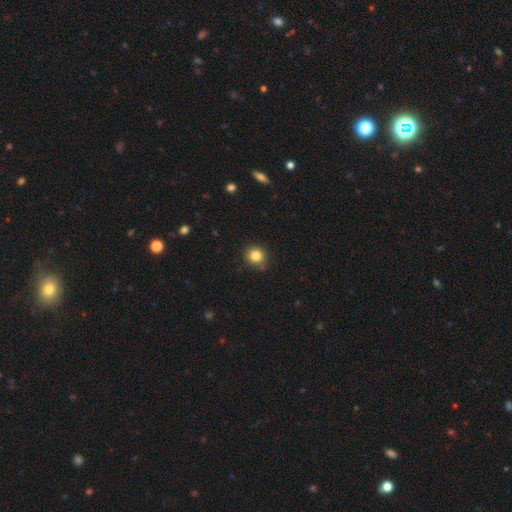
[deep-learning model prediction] smooth-or-featured: smooth: 84% | star or artifact: 11% | featured or disk: 5%
  how-rounded: round: 87% | in between: 12% | cigar-shaped: 1%
  merging: none: 80% | minor disturbance: 15% | major disturbance: 3% | merger: 2%